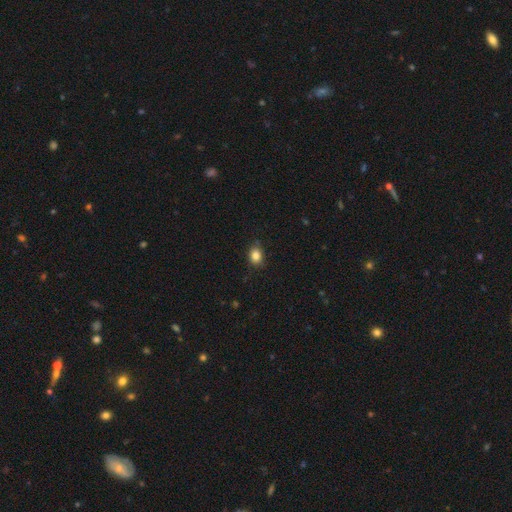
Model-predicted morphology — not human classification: Smooth or featured: smooth — 84% (star or artifact — 10%)
How rounded: in between — 54% (round — 44%)
Merging: none — 82% (minor disturbance — 14%)